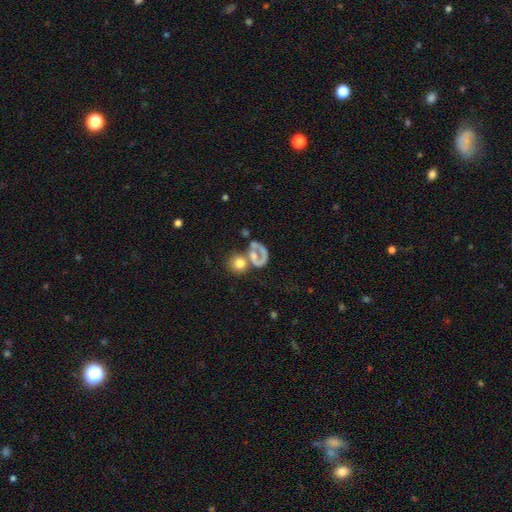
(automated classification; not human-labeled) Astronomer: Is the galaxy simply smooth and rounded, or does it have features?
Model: smooth — 46% (runner-up: featured or disk, 42%).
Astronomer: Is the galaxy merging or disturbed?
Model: merger — 38% (runner-up: none, 31%).